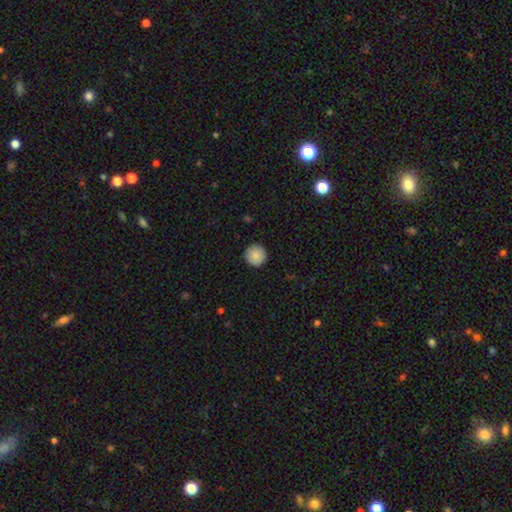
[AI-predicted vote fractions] Smooth or featured? smooth (88%)
How rounded? round (96%)
Merging? none (92%)